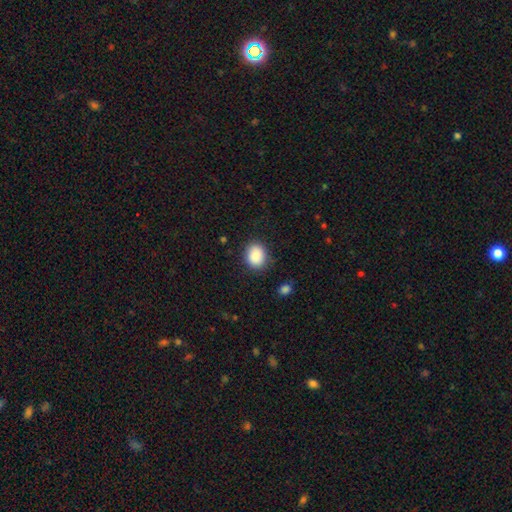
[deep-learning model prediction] Q: Smooth or featured?
A: smooth (89%); runner-up: star or artifact (8%)
Q: How rounded?
A: round (55%); runner-up: in between (44%)
Q: Merging?
A: none (85%); runner-up: minor disturbance (10%)